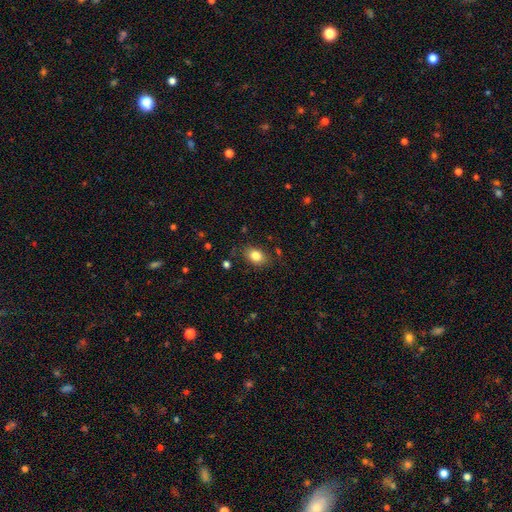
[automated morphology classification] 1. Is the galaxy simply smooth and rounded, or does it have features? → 83% smooth, 9% star or artifact, 8% featured or disk.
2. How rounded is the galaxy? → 75% in between, 24% round, 1% cigar-shaped.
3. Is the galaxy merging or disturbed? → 82% none, 13% minor disturbance, 3% major disturbance, 2% merger.